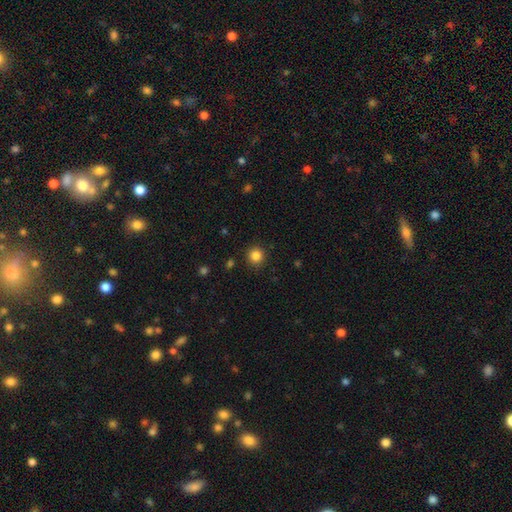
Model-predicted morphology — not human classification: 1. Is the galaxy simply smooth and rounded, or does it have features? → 85% smooth, 11% star or artifact, 4% featured or disk.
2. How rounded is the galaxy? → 93% round, 6% in between, 1% cigar-shaped.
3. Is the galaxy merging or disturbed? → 90% none, 6% minor disturbance, 2% major disturbance, 1% merger.